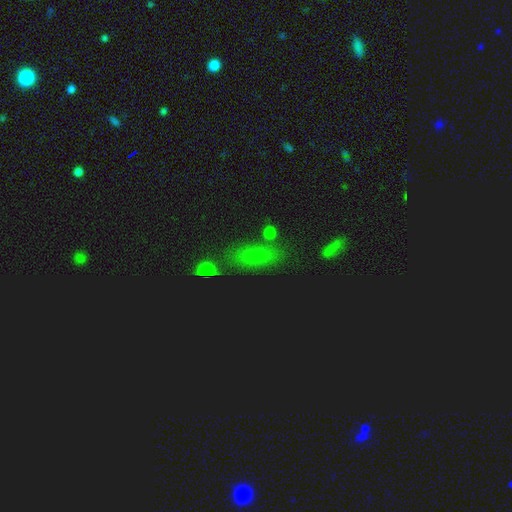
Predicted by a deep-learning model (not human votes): smooth-or-featured: smooth: 56% | star or artifact: 31% | featured or disk: 12%
  how-rounded: in between: 65% | cigar-shaped: 25% | round: 10%
  merging: none: 73% | minor disturbance: 15% | merger: 7% | major disturbance: 6%